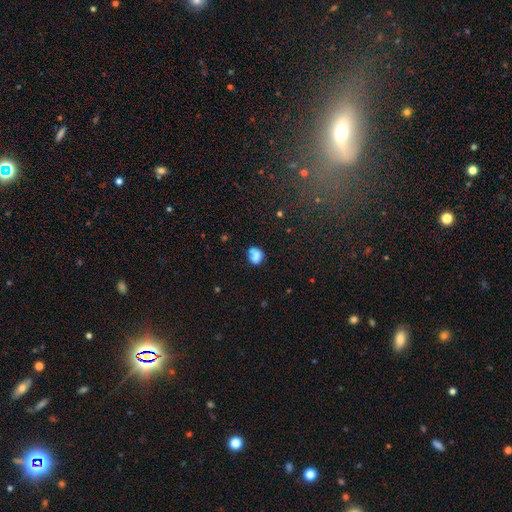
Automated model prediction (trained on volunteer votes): Overall: smooth (73%). How rounded: in between (55%; round 44%). Merging: none (41%; merger 27%).